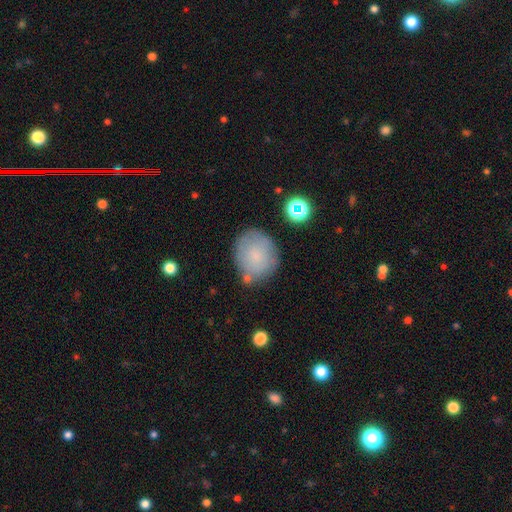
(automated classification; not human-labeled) Morphology: type=smooth (76%); roundness=round (74%); merging=none (72%).